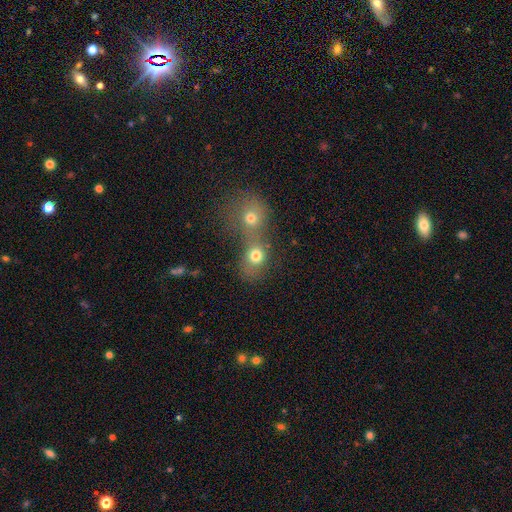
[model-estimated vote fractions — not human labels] A smooth galaxy with no disk features (75%) that is round (73%).

Vote fractions:
- Smooth or featured? smooth: 75% / star or artifact: 14% / featured or disk: 11%
- How rounded? round: 73% / in between: 25% / cigar-shaped: 1%
- Merging? merger: 59% / none: 30% / minor disturbance: 6% / major disturbance: 5%